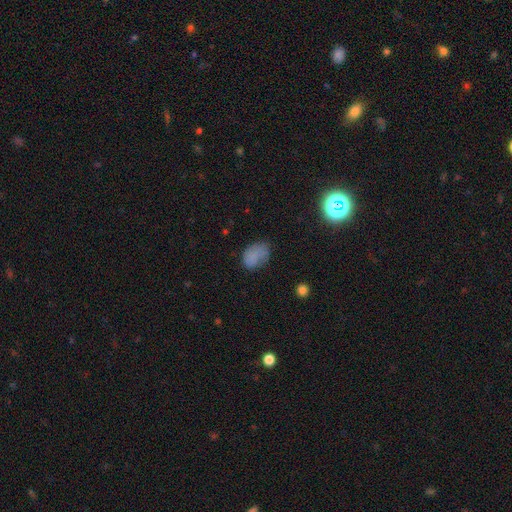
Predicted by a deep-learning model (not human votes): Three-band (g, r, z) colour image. It shows a smooth galaxy with no disk features (76%) that is in between round and cigar-shaped (80%). Merging: none (54%).